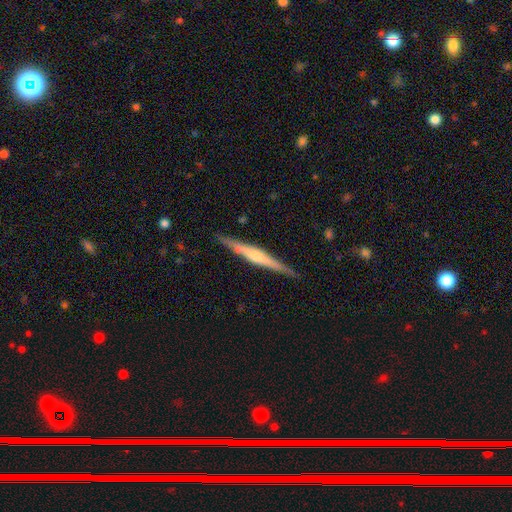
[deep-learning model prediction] Smooth or featured? featured or disk (72%)
Edge-on disk? yes (98%)
Edge-on bulge? rounded (70%)
Merging? none (89%)